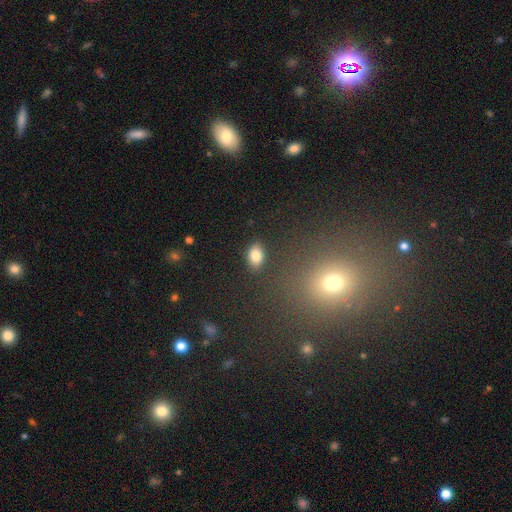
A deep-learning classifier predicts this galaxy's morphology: Smooth or featured? smooth (84%)
How rounded? in between (88%)
Merging? none (86%)